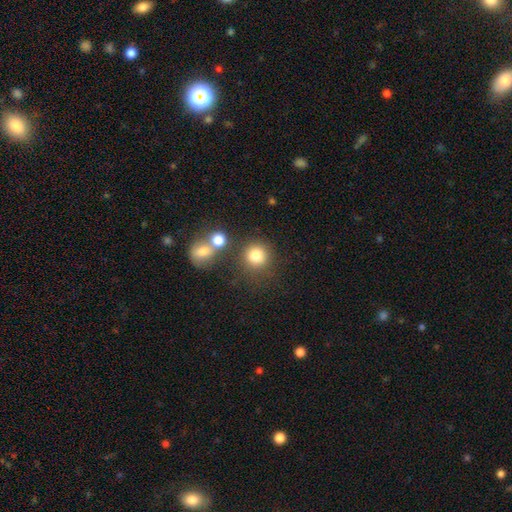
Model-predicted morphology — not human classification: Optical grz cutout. It shows a smooth galaxy with no disk features (80%) that is round (91%). Merging: none (73%).